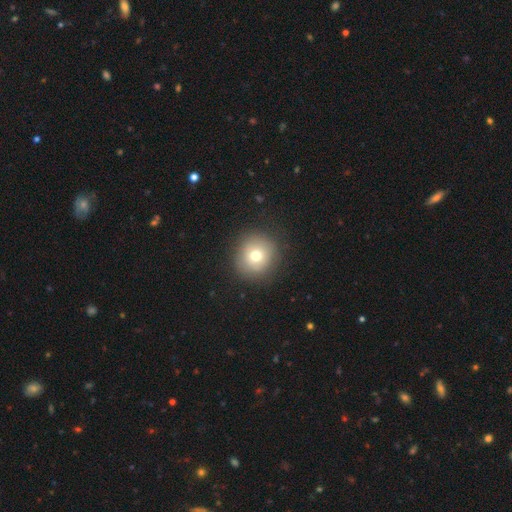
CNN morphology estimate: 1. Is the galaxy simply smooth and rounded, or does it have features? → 72% smooth, 15% featured or disk, 13% star or artifact.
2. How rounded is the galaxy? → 93% round, 6% in between, 1% cigar-shaped.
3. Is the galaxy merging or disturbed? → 87% none, 8% minor disturbance, 3% major disturbance, 1% merger.